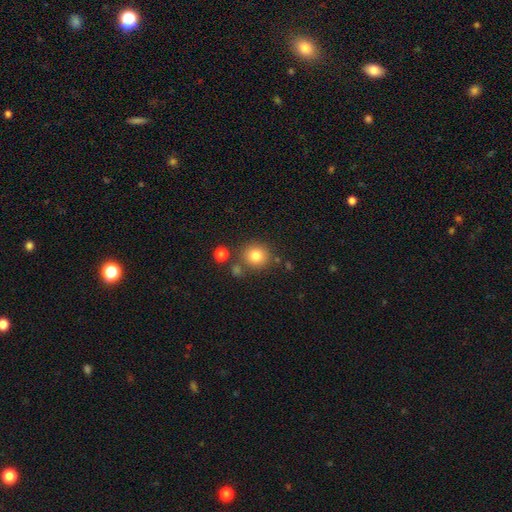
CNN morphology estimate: Smooth or featured?
  - smooth: 81% *
  - star or artifact: 12%
  - featured or disk: 7%
How rounded?
  - round: 89% *
  - in between: 11%
  - cigar-shaped: 1%
Merging?
  - none: 78% *
  - minor disturbance: 10%
  - merger: 9%
  - major disturbance: 4%